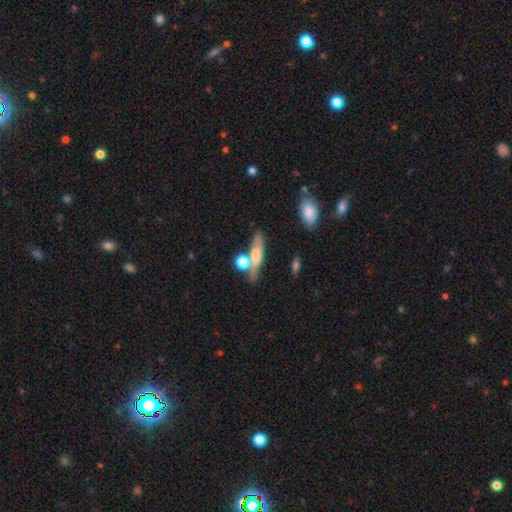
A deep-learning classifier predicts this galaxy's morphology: A smooth galaxy with no disk features (58%) that is cigar-shaped (58%). Merging: none (57%).